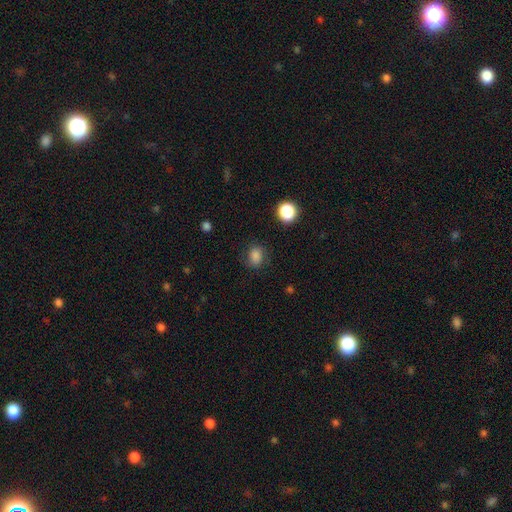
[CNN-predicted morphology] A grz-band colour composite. It shows a smooth galaxy with no disk features (83%) that is round (51%). Merging: none (74%).